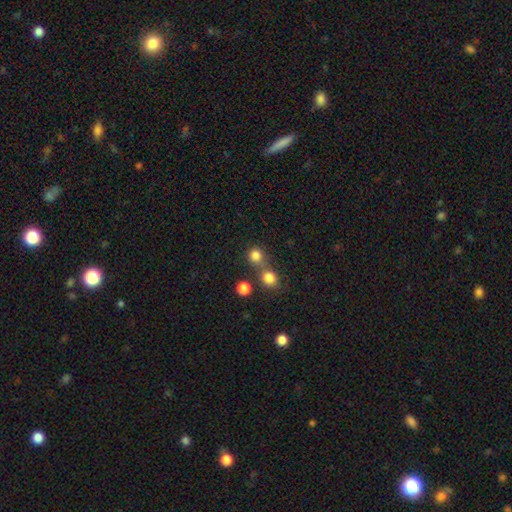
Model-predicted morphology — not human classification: smooth 80%, star or artifact 14%, featured or disk 6%. Down the decision tree: how rounded — round (88%); merging — none (55%).